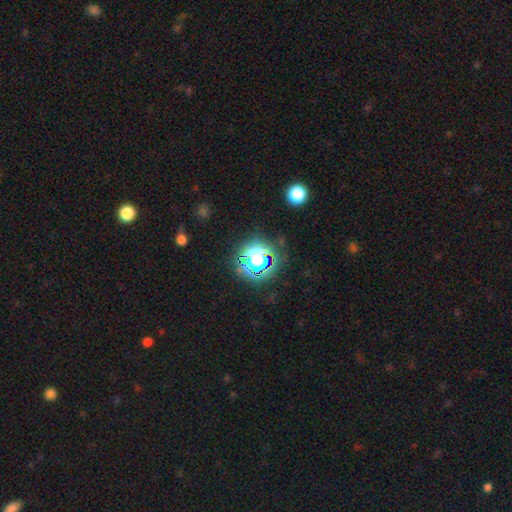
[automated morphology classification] Smooth or featured? star or artifact (62%)